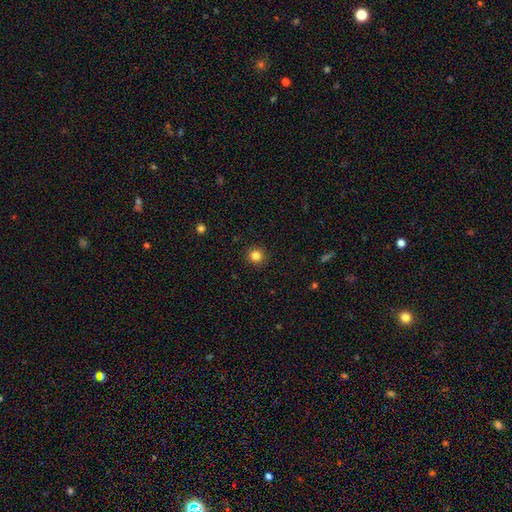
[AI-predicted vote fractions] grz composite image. It shows a smooth galaxy with no disk features (83%) that is round (93%). Merging: none (92%).